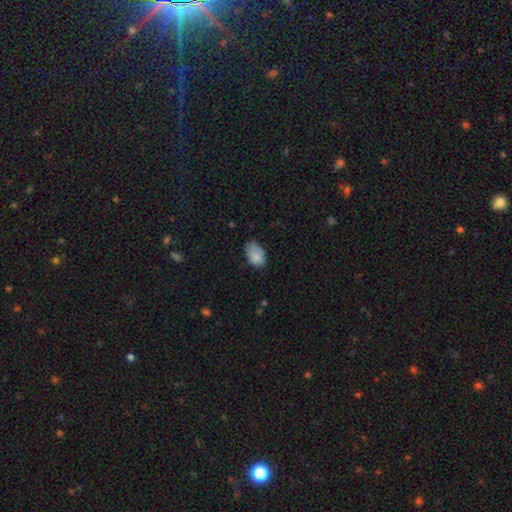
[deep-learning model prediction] Smooth or featured: smooth — 84% (featured or disk — 9%)
How rounded: in between — 90% (round — 9%)
Merging: none — 56% (minor disturbance — 35%)